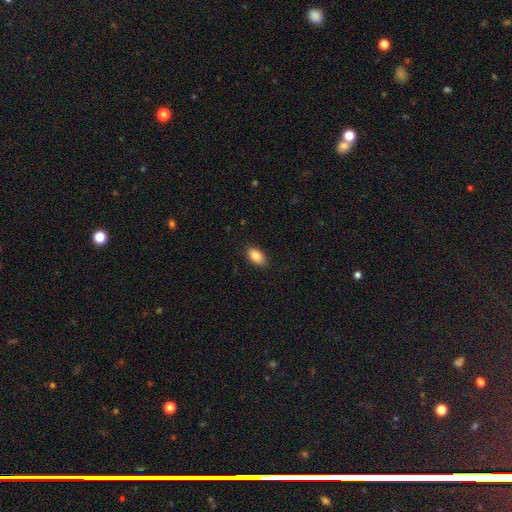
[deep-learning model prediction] A smooth galaxy with no disk features (86%) that is in between round and cigar-shaped (92%). Merging: none (87%).